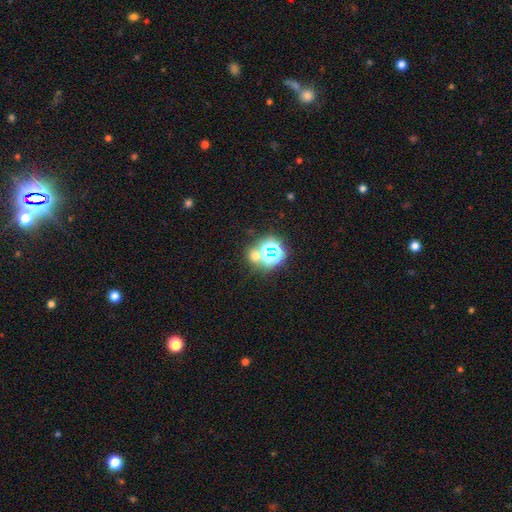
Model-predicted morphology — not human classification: Smooth or featured? star or artifact (48%)